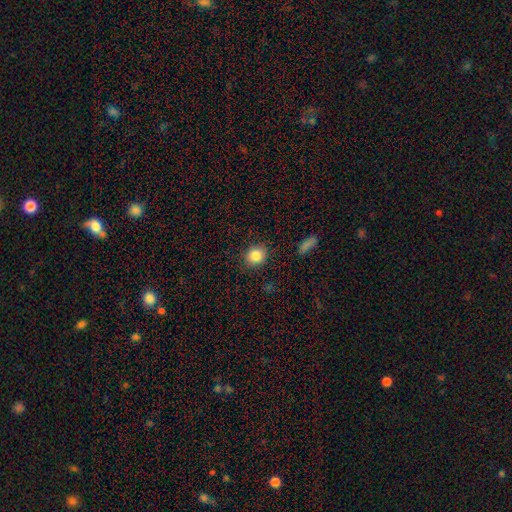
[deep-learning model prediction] smooth-or-featured: smooth: 85% | star or artifact: 10% | featured or disk: 6%
  how-rounded: round: 79% | in between: 20% | cigar-shaped: 1%
  merging: none: 88% | minor disturbance: 8% | major disturbance: 2% | merger: 1%